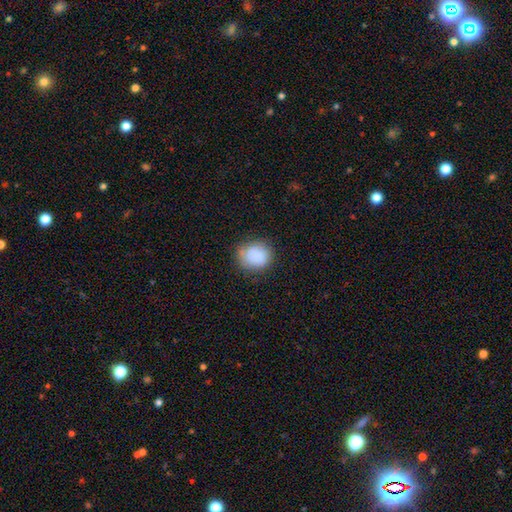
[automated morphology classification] This appears to be a smooth galaxy with no disk features (82%) that is round (76%). Merging: none (69%).